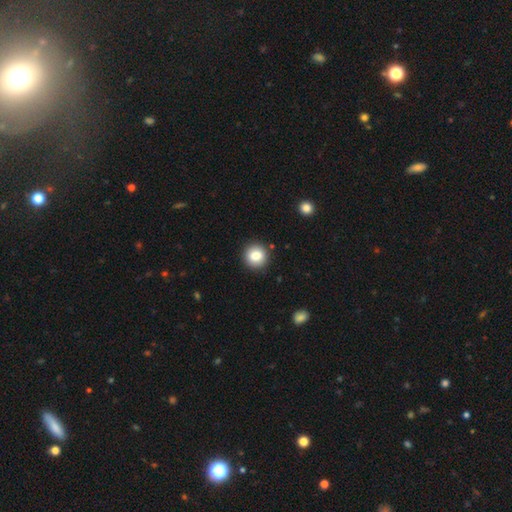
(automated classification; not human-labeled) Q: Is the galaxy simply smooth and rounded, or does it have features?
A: smooth — 83%.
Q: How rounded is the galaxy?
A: round — 92%.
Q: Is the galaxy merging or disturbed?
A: none — 90%.